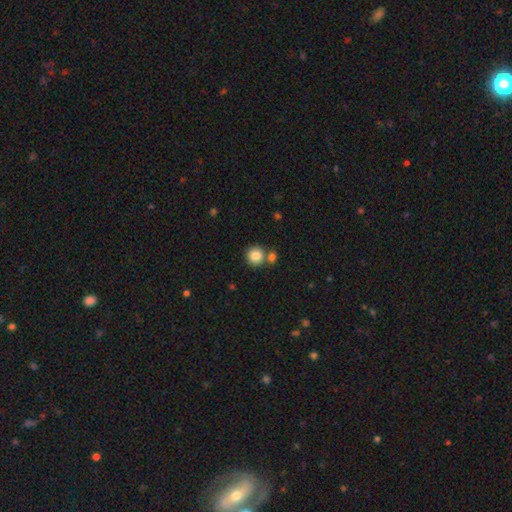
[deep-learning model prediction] Smooth or featured: smooth — 84% (star or artifact — 10%)
How rounded: round — 91% (in between — 8%)
Merging: none — 65% (merger — 24%)